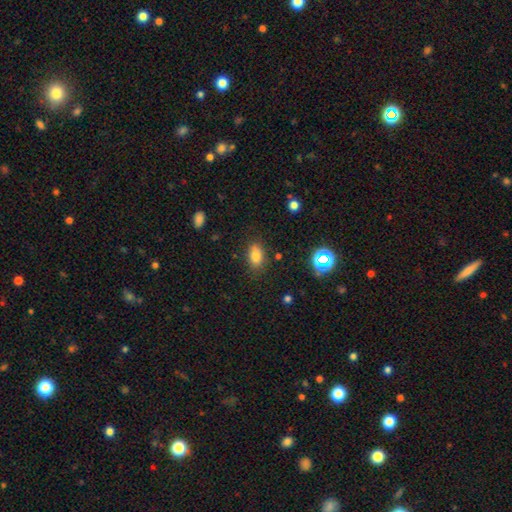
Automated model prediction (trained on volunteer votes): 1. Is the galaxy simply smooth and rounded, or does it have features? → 78% smooth, 12% star or artifact, 10% featured or disk.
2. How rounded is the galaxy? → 86% in between, 9% round, 5% cigar-shaped.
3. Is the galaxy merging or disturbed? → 83% none, 12% minor disturbance, 3% major disturbance, 2% merger.